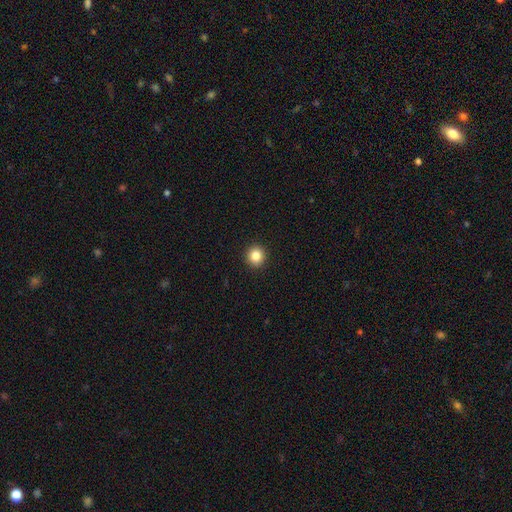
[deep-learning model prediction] Smooth or featured? smooth (84%)
How rounded? round (94%)
Merging? none (93%)